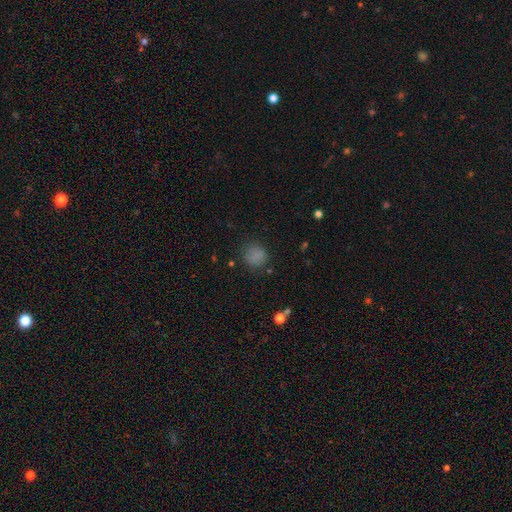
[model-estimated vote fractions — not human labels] Smooth or featured? Predicted: smooth (p=0.80). How rounded? Predicted: round (p=0.84). Merging? Predicted: none (p=0.78).